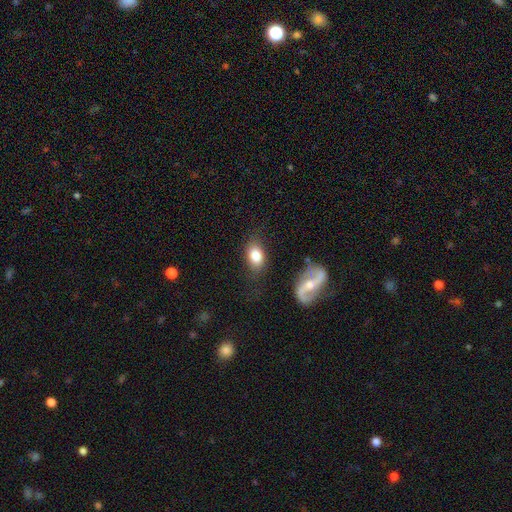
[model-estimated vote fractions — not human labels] Smooth or featured? Predicted: smooth (p=0.77). How rounded? Predicted: in between (p=0.83). Merging? Predicted: none (p=0.72).